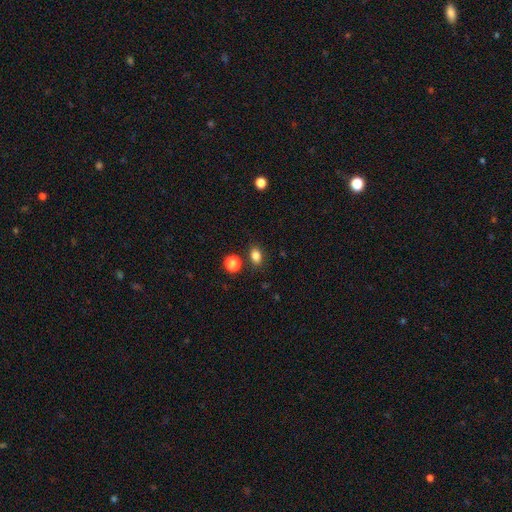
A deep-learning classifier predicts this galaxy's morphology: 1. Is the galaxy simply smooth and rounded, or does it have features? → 83% smooth, 12% star or artifact, 5% featured or disk.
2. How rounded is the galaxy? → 68% in between, 31% round, 1% cigar-shaped.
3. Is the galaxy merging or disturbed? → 82% none, 10% minor disturbance, 5% merger, 3% major disturbance.